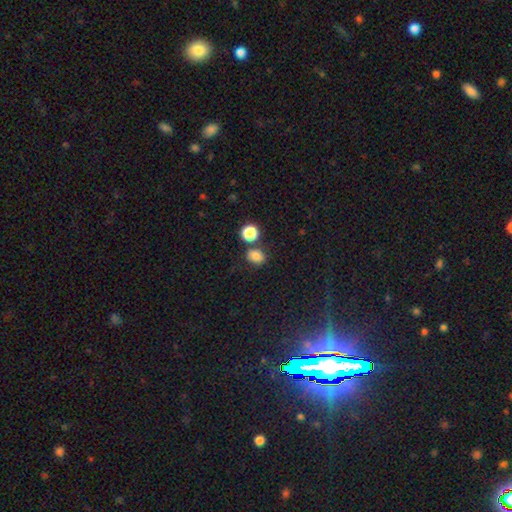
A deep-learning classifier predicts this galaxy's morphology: type=smooth (81%); roundness=round (50%); merging=none (72%).